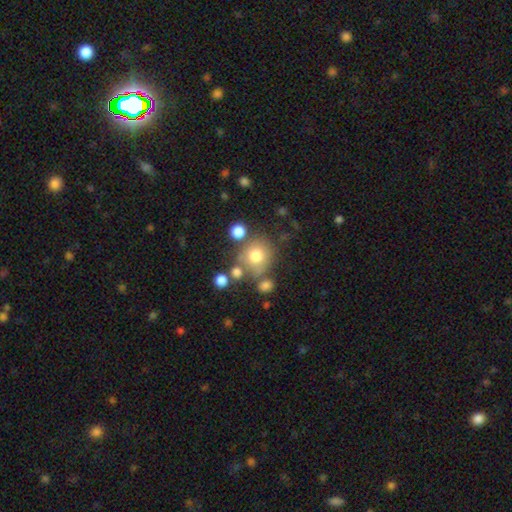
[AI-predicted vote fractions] A smooth galaxy with no disk features (73%) that is round (83%). Merging: none (64%).